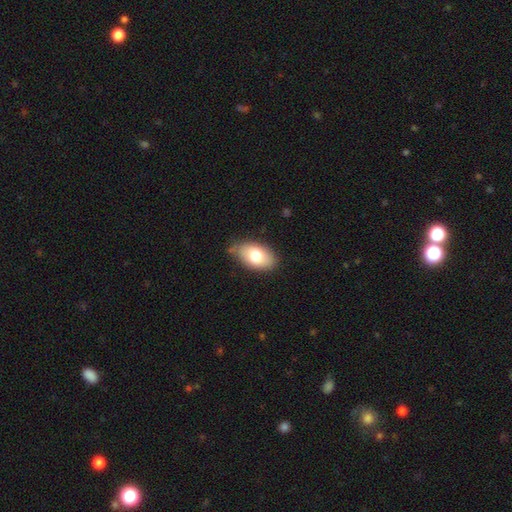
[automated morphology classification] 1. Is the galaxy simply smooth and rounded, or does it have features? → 75% smooth, 18% featured or disk, 7% star or artifact.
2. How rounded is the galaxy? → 91% in between, 7% round, 2% cigar-shaped.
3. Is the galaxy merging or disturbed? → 73% none, 21% minor disturbance, 4% major disturbance, 2% merger.